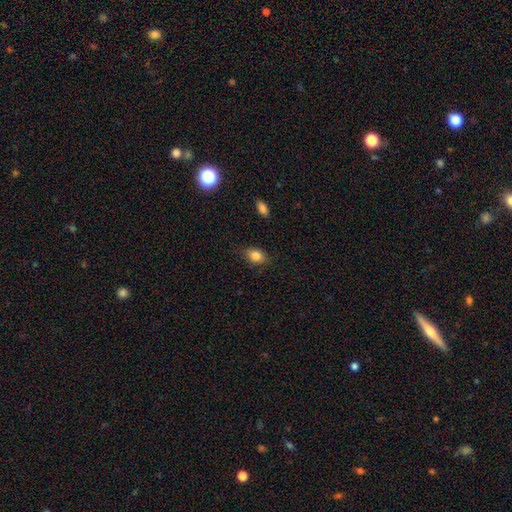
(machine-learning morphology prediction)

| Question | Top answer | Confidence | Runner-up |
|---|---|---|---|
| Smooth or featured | smooth | 85% | star or artifact (9%) |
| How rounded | in between | 77% | round (21%) |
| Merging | none | 80% | minor disturbance (15%) |